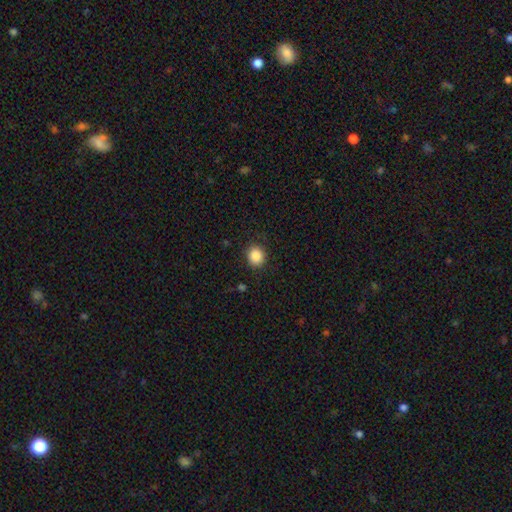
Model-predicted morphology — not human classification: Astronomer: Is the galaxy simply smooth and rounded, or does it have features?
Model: smooth — 87%.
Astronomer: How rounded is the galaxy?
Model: round — 83%.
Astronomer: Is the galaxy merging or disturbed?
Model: none — 87%.